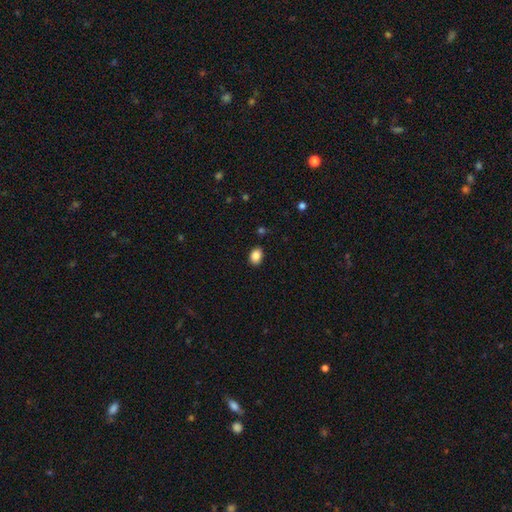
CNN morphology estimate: smooth-or-featured: smooth: 86% | star or artifact: 9% | featured or disk: 5%
  how-rounded: in between: 73% | round: 26% | cigar-shaped: 1%
  merging: none: 87% | minor disturbance: 9% | major disturbance: 2% | merger: 1%